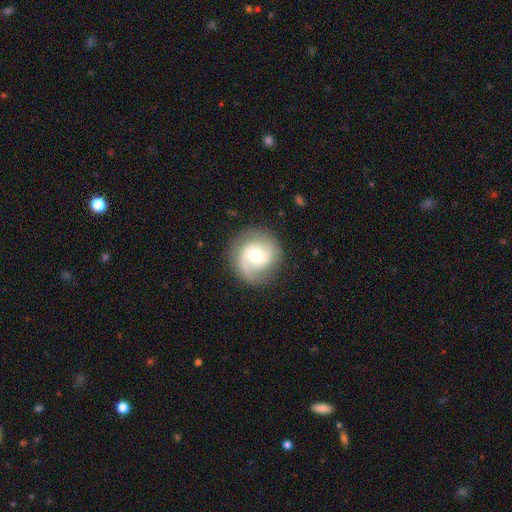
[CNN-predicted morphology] Q: Smooth or featured?
A: featured or disk (78%); runner-up: smooth (16%)
Q: Edge-on disk?
A: no (98%); runner-up: yes (2%)
Q: Bar?
A: no (47%); runner-up: weak (43%)
Q: Spiral arms?
A: yes (95%); runner-up: no (5%)
Q: Spiral winding?
A: medium (48%); runner-up: tight (32%)
Q: Spiral arm count?
A: 2 (80%); runner-up: 1 (7%)
Q: Bulge size?
A: moderate (60%); runner-up: small (29%)
Q: Merging?
A: none (82%); runner-up: minor disturbance (11%)